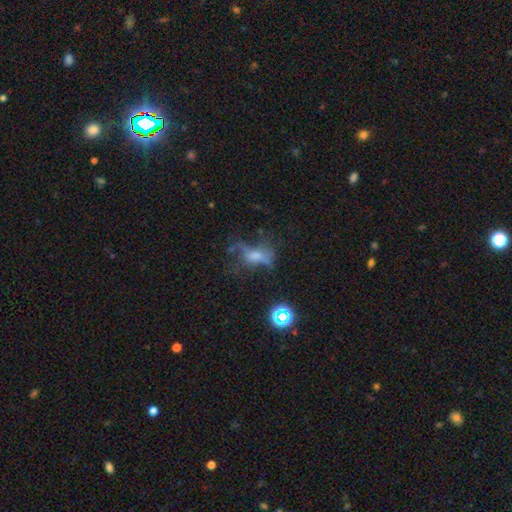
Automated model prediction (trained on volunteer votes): Overall: featured or disk (41%; smooth 34%). Merging: none (38%; major disturbance 37%).